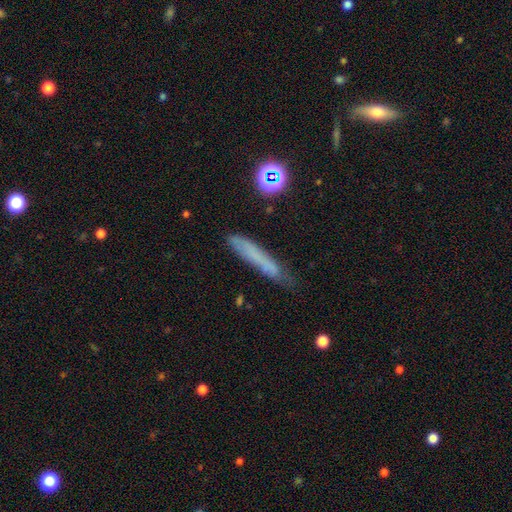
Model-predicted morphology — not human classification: Smooth or featured? Predicted: smooth (p=0.60). How rounded? Predicted: cigar-shaped (p=0.91). Merging? Predicted: none (p=0.67).